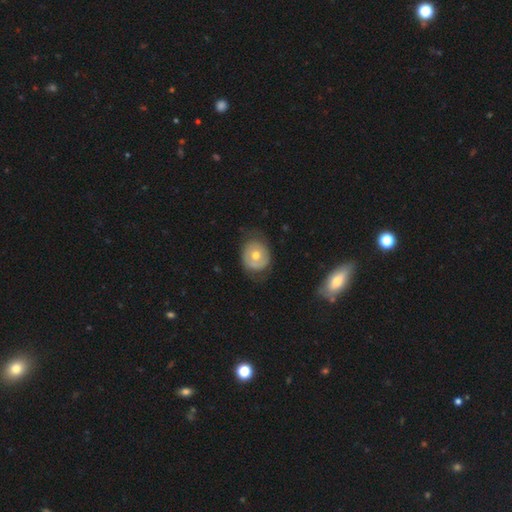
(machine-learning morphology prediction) smooth 50%, featured or disk 43%, star or artifact 7%. Down the decision tree: merging — none (62%).